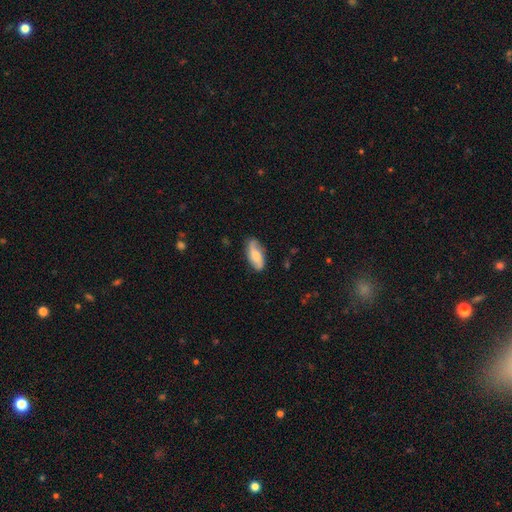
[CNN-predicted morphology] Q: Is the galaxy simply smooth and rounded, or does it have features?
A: smooth — 58%.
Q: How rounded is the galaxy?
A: in between — 82%.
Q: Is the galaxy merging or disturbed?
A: none — 78%.